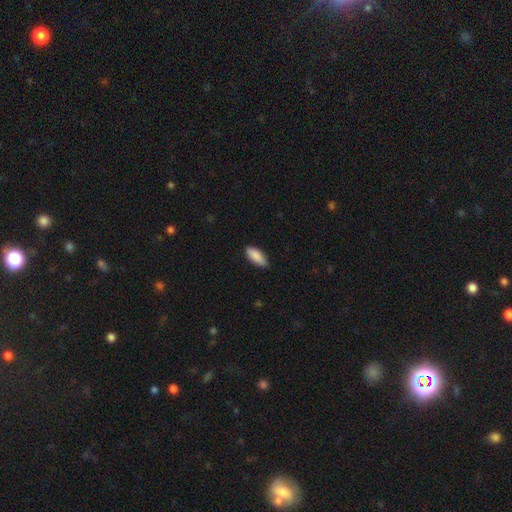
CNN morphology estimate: smooth-or-featured: smooth: 90% | star or artifact: 6% | featured or disk: 5%
  how-rounded: in between: 84% | cigar-shaped: 14% | round: 2%
  merging: none: 84% | minor disturbance: 13% | major disturbance: 2% | merger: 1%